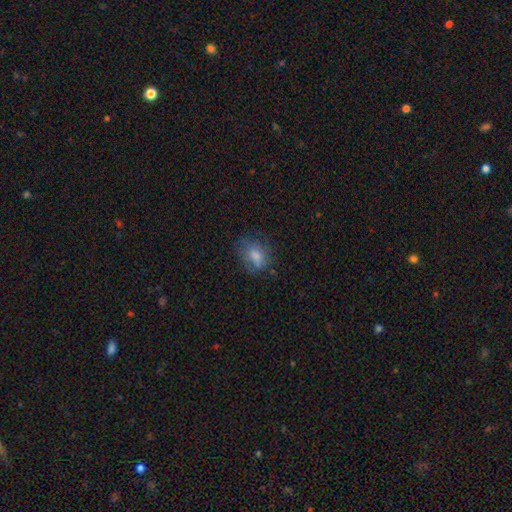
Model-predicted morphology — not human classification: The model was most divided on "how rounded": in between: 58%, round: 40%, cigar-shaped: 2%. More confident: smooth or featured — smooth (65%); merging — none (60%).